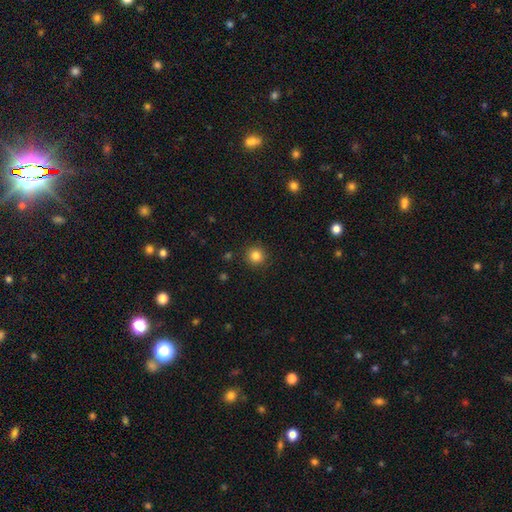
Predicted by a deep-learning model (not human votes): A smooth galaxy with no disk features (84%) that is round (93%).

Vote fractions:
- Smooth or featured? smooth: 84% / star or artifact: 11% / featured or disk: 5%
- How rounded? round: 93% / in between: 6% / cigar-shaped: 1%
- Merging? none: 91% / minor disturbance: 6% / major disturbance: 2% / merger: 1%